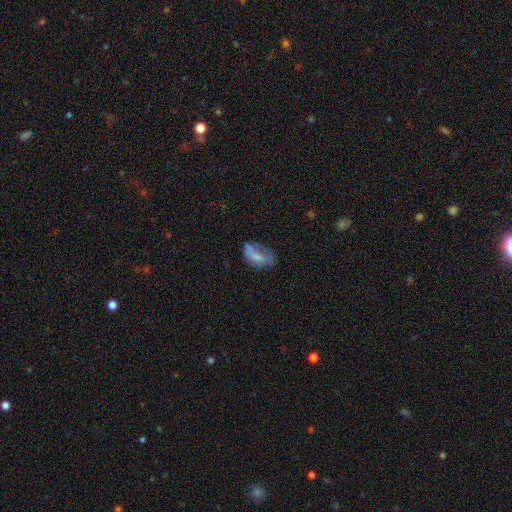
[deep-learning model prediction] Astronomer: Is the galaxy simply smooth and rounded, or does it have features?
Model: smooth — 59%.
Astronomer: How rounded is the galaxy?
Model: in between — 87%.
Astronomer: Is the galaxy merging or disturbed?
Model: none — 34% (runner-up: minor disturbance, 27%).